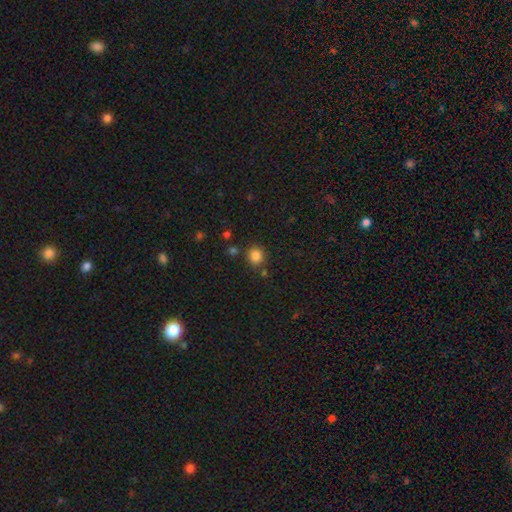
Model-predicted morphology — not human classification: Q: Smooth or featured?
A: smooth (84%); runner-up: star or artifact (11%)
Q: How rounded?
A: round (79%); runner-up: in between (20%)
Q: Merging?
A: none (83%); runner-up: minor disturbance (9%)